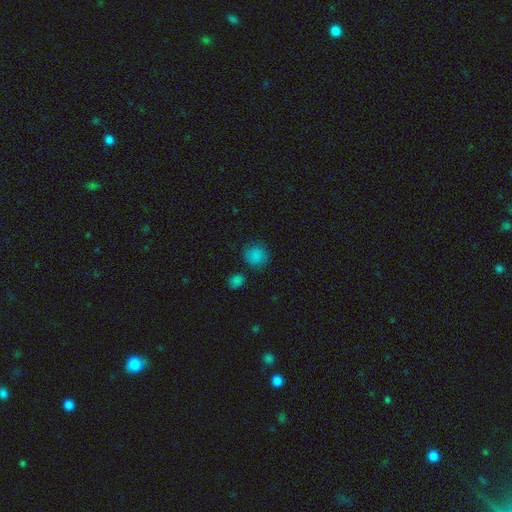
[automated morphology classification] This appears to be a smooth galaxy with no disk features (83%) that is round (85%). Merging: none (77%).